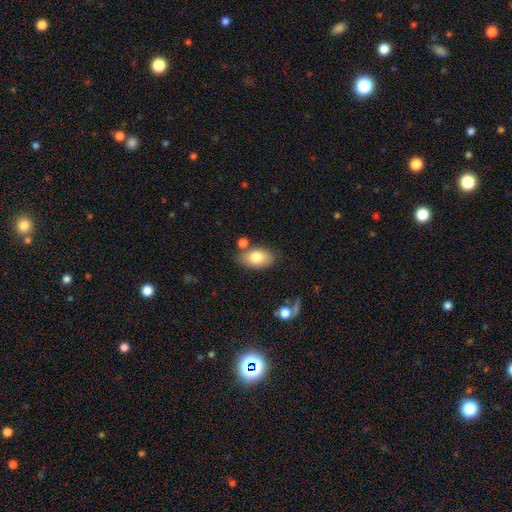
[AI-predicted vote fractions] Overall: smooth (78%). How rounded: in between (91%). Merging: none (73%).